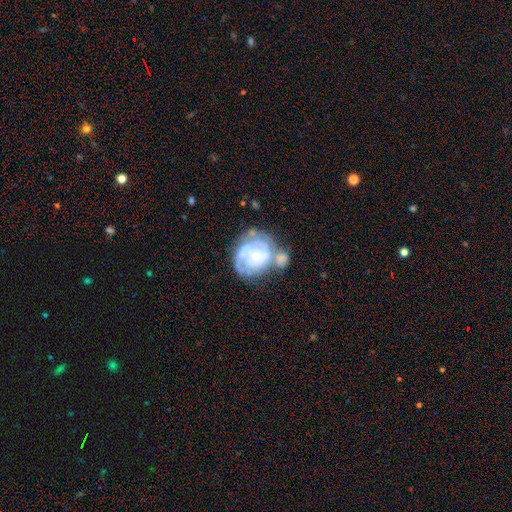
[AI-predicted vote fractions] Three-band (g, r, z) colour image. It shows a featured or disk galaxy (77%) with no bar (72%), tight (62%) spiral arms (84%) and a small central bulge (72%). Merging: merger (35%).